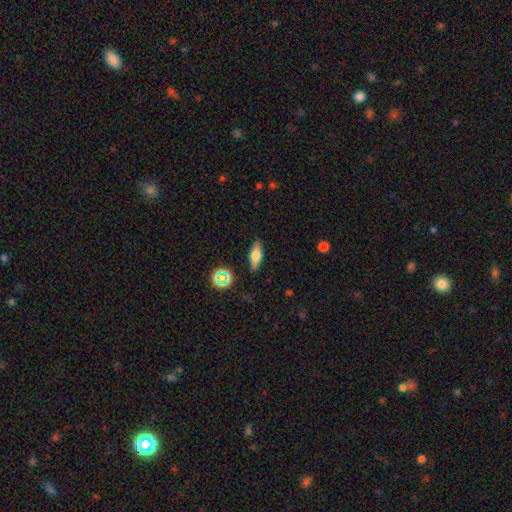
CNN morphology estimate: smooth-or-featured: smooth: 61% | featured or disk: 29% | star or artifact: 10%
  how-rounded: in between: 65% | cigar-shaped: 29% | round: 5%
  merging: none: 86% | minor disturbance: 10% | major disturbance: 2% | merger: 2%